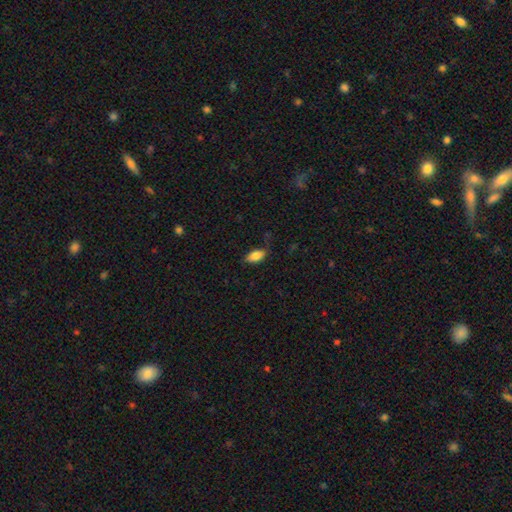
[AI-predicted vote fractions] smooth-or-featured: smooth: 84% | featured or disk: 9% | star or artifact: 7%
  how-rounded: in between: 89% | cigar-shaped: 8% | round: 3%
  merging: none: 76% | minor disturbance: 18% | major disturbance: 4% | merger: 1%